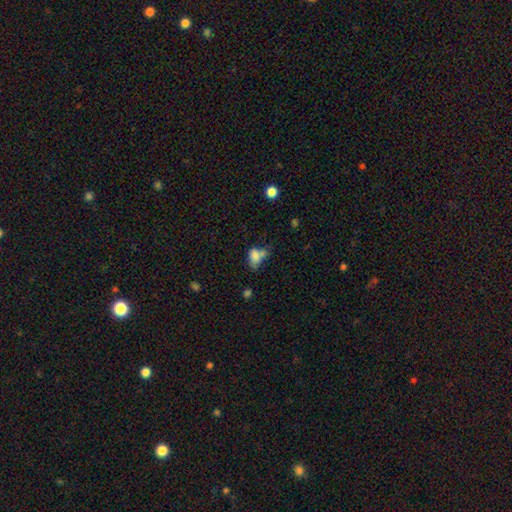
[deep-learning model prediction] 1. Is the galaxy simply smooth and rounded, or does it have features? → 72% smooth, 16% featured or disk, 12% star or artifact.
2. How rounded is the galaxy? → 81% in between, 16% round, 3% cigar-shaped.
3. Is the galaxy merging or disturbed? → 29% merger, 26% none, 24% minor disturbance, 21% major disturbance.